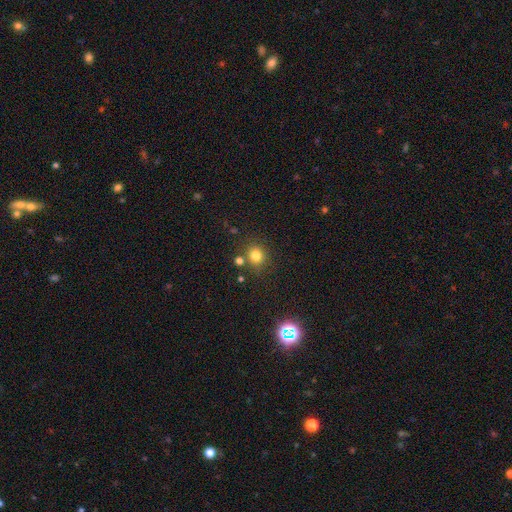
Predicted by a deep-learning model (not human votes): The model was most divided on "smooth or featured": smooth: 78%, star or artifact: 15%, featured or disk: 6%. More confident: how rounded — round (85%); merging — none (77%).